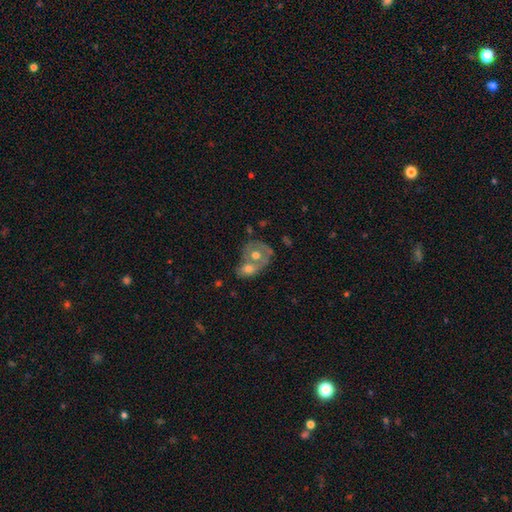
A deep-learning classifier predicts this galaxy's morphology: Overall: featured or disk (47%; smooth 46%). Merging: merger (64%).